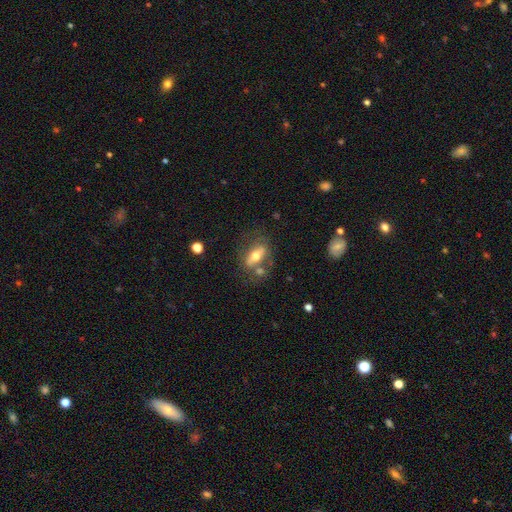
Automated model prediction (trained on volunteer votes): Smooth or featured?
  - smooth: 47% *
  - featured or disk: 45%
  - star or artifact: 8%
Merging?
  - none: 52% *
  - merger: 19%
  - minor disturbance: 18%
  - major disturbance: 11%